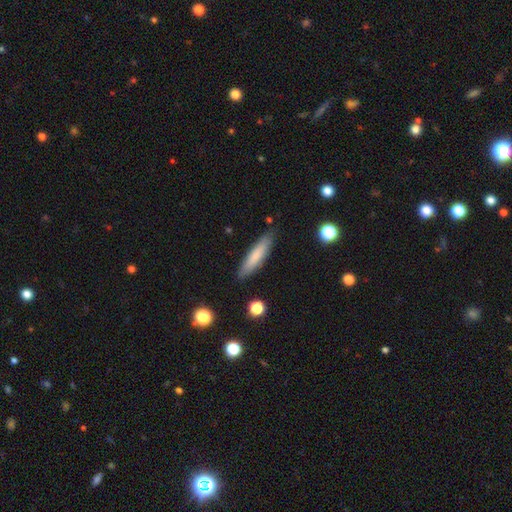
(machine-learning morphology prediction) Smooth or featured? smooth (76%)
How rounded? cigar-shaped (84%)
Merging? none (86%)